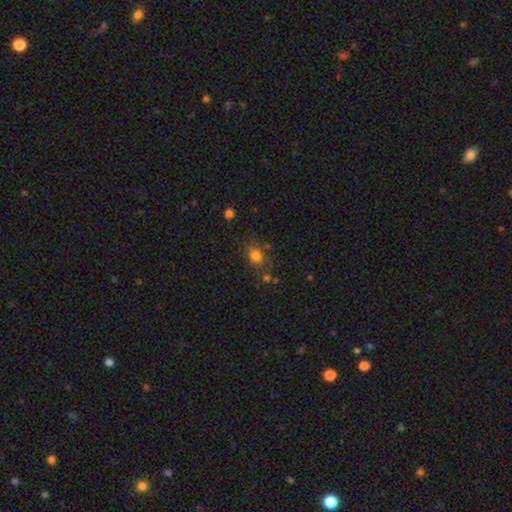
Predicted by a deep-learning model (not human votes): Morphology: type=smooth (78%); roundness=in between (50%); merging=none (70%).